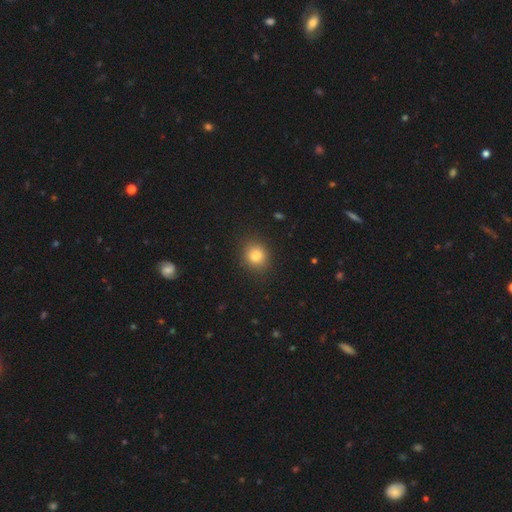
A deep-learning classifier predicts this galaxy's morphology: This is clearly a smooth galaxy (82%). How rounded: likely round (77%). Merging: clearly none (87%).